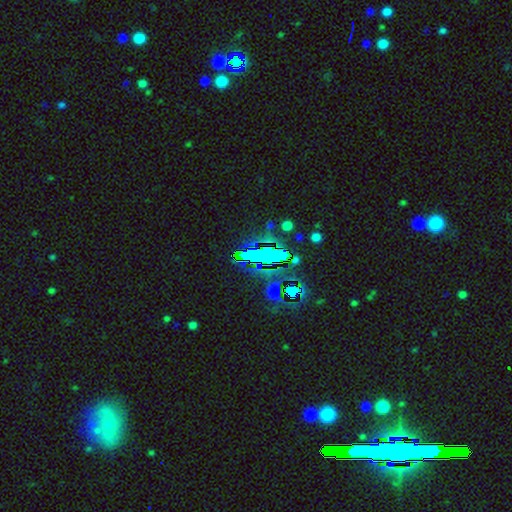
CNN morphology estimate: Smooth or featured? Predicted: star or artifact (p=0.65).